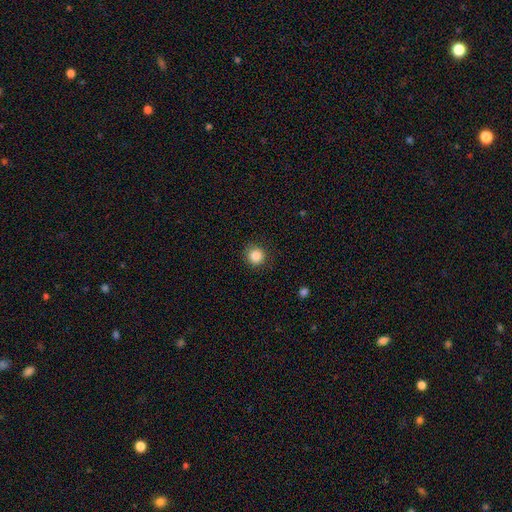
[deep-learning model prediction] smooth_or_featured: smooth (p=0.86) [alt: star or artifact p=0.10]
how_rounded: round (p=0.94) [alt: in between p=0.05]
merging: none (p=0.90) [alt: minor disturbance p=0.07]